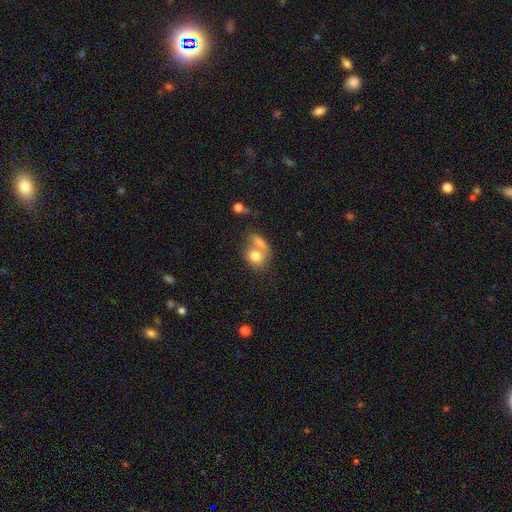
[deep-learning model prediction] Morphology: type=smooth (77%); roundness=round (54%); merging=merger (57%).